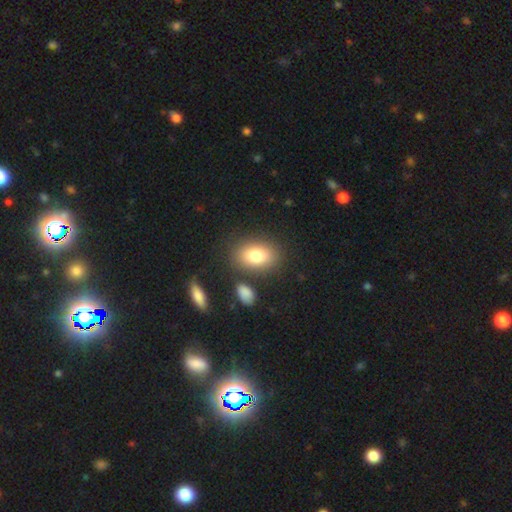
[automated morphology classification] Overall: smooth (80%). How rounded: in between (81%). Merging: none (79%).